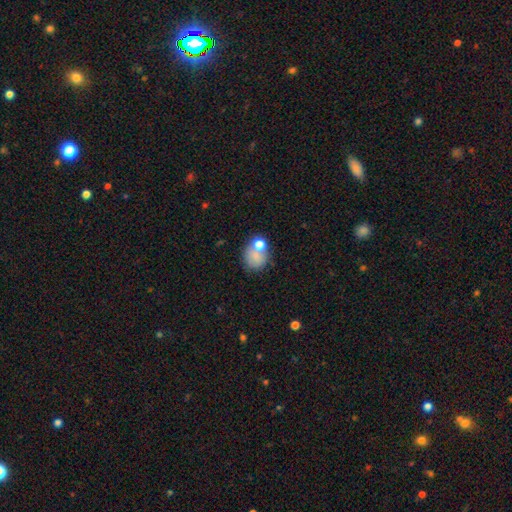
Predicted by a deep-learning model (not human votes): This is likely a smooth galaxy (72%). How rounded: likely round (70%). Merging: possibly none (50%).